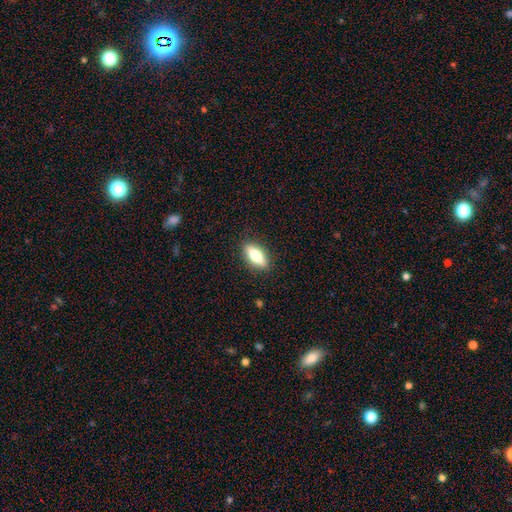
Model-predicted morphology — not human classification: smooth_or_featured: smooth (p=0.56) [alt: featured or disk p=0.37]
how_rounded: in between (p=0.68) [alt: cigar-shaped p=0.28]
merging: none (p=0.87) [alt: minor disturbance p=0.09]